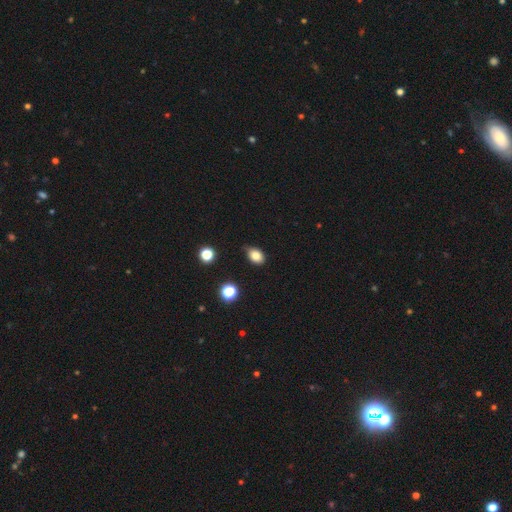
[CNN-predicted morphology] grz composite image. It shows a smooth galaxy with no disk features (82%) that is in between round and cigar-shaped (79%). Merging: none (72%).